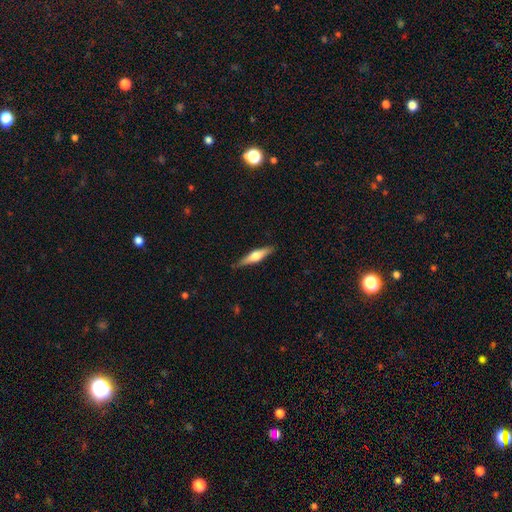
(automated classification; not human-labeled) This is possibly a featured or disk galaxy (53%). It is clearly viewed edge-on (95%). Edge-on bulge: clearly rounded (89%). Merging: clearly none (85%).